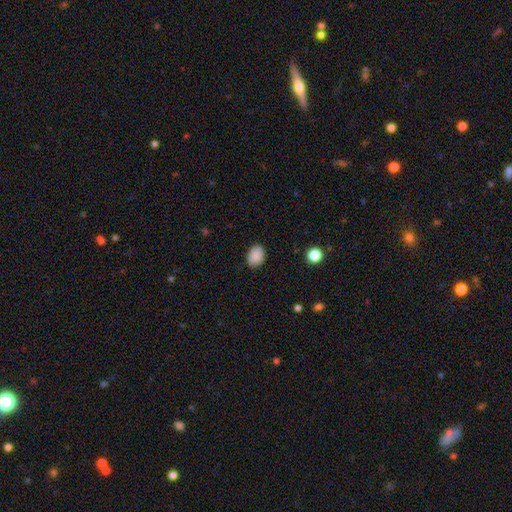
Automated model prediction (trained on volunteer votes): Overall: smooth (88%). How rounded: in between (72%). Merging: none (83%).